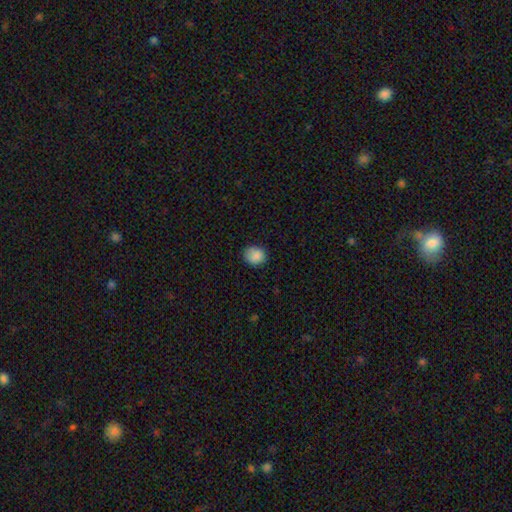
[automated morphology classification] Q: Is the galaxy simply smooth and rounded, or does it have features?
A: smooth — 87%.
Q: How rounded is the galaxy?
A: round — 70%.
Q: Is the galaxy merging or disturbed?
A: none — 81%.